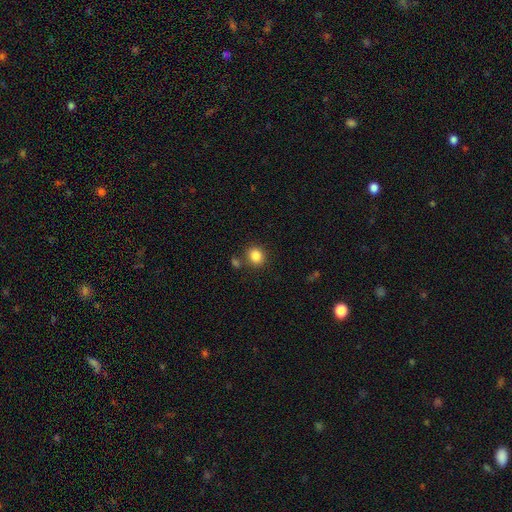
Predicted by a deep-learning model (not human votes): Smooth or featured?
  - smooth: 85% *
  - star or artifact: 10%
  - featured or disk: 5%
How rounded?
  - round: 76% *
  - in between: 23%
  - cigar-shaped: 1%
Merging?
  - none: 80% *
  - minor disturbance: 9%
  - merger: 7%
  - major disturbance: 3%